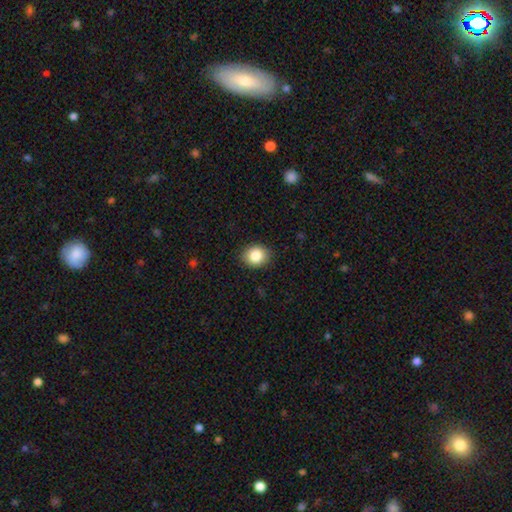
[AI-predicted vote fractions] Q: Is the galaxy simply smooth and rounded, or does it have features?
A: smooth — 85%.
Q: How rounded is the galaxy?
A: round — 60%.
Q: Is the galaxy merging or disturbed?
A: none — 89%.